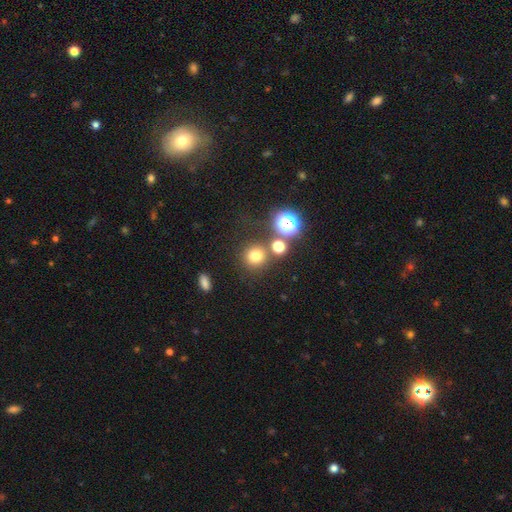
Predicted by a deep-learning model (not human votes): This is likely a smooth galaxy (73%). How rounded: clearly round (89%). Merging: likely none (74%).